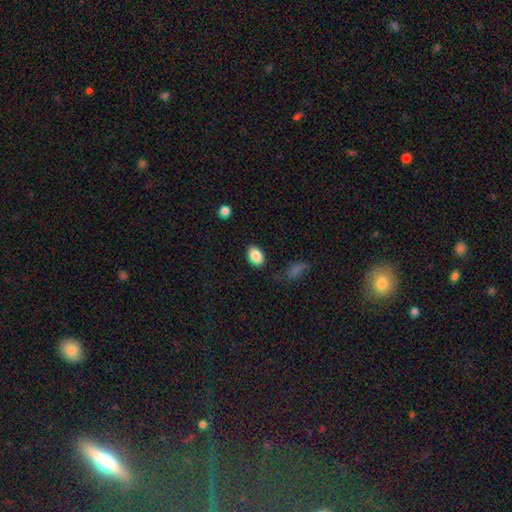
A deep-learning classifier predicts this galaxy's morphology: Smooth or featured? smooth (87%)
How rounded? in between (85%)
Merging? none (84%)